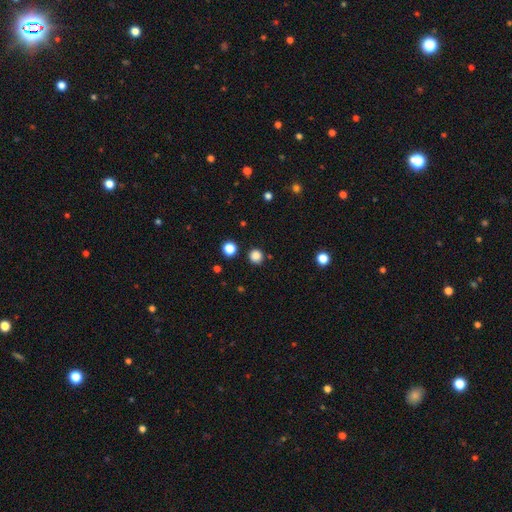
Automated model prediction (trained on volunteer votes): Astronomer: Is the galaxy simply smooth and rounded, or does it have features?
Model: smooth — 84%.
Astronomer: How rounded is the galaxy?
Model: round — 94%.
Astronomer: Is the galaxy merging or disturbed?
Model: none — 90%.